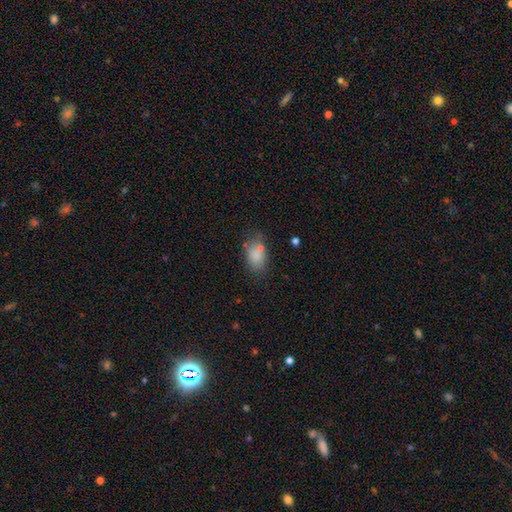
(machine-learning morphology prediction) Smooth or featured?
  - smooth: 80% *
  - star or artifact: 10%
  - featured or disk: 9%
How rounded?
  - in between: 81% *
  - round: 17%
  - cigar-shaped: 2%
Merging?
  - none: 60% *
  - minor disturbance: 20%
  - merger: 12%
  - major disturbance: 8%